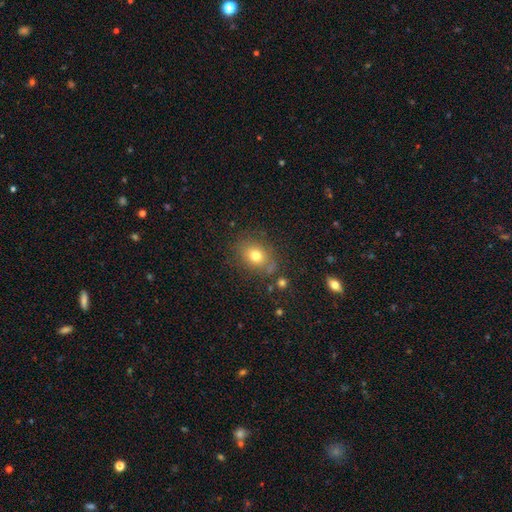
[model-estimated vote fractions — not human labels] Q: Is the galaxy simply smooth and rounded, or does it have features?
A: smooth — 75%.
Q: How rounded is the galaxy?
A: in between — 52%.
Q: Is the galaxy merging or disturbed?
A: none — 74%.